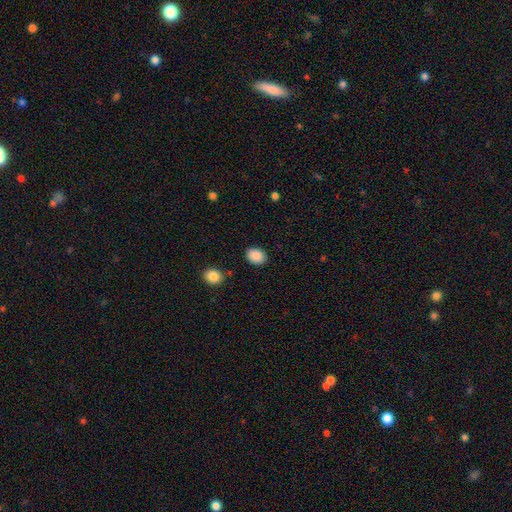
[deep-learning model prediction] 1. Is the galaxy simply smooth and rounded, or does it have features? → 89% smooth, 8% star or artifact, 3% featured or disk.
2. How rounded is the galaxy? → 54% in between, 46% round, 1% cigar-shaped.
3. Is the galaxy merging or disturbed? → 87% none, 8% minor disturbance, 3% major disturbance, 2% merger.